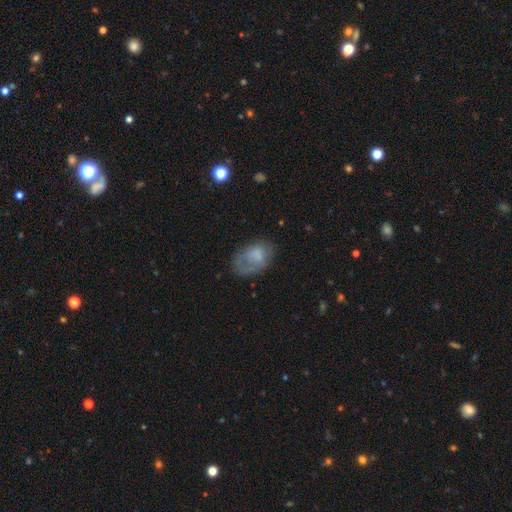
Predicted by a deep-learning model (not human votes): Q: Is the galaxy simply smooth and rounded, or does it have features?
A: smooth — 63%.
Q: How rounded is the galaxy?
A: in between — 85%.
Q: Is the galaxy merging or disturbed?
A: none — 45%.